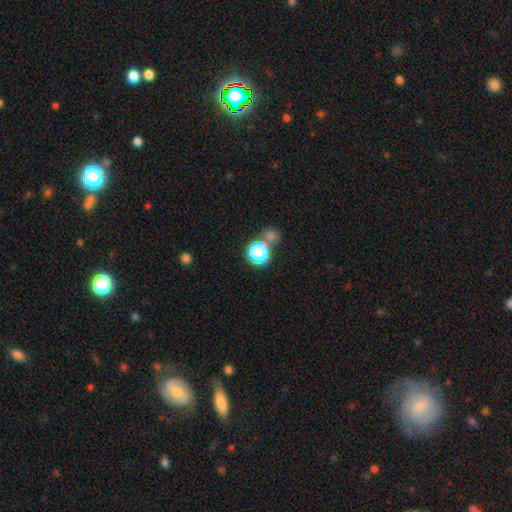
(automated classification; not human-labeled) Morphology: type=smooth (57%); roundness=round (85%); merging=none (68%).